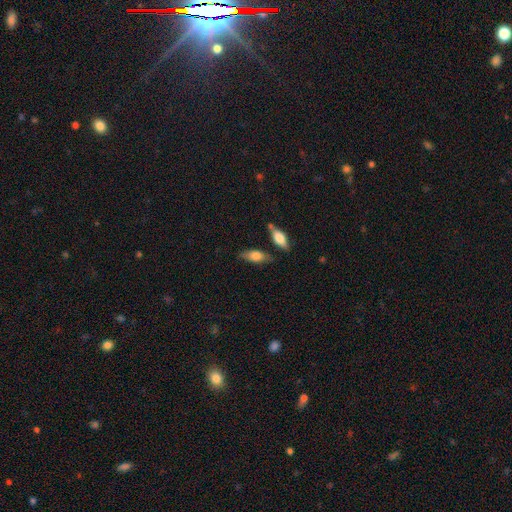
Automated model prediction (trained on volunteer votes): Morphology: type=smooth (70%); roundness=in between (75%); merging=none (69%).